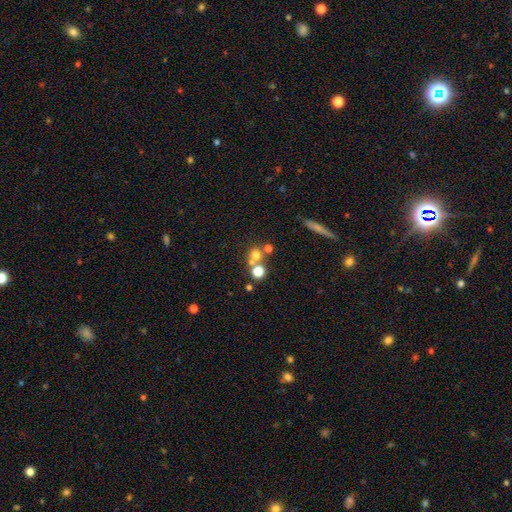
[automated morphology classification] A smooth galaxy with no disk features (65%) that is round (88%). Merging: none (52%).